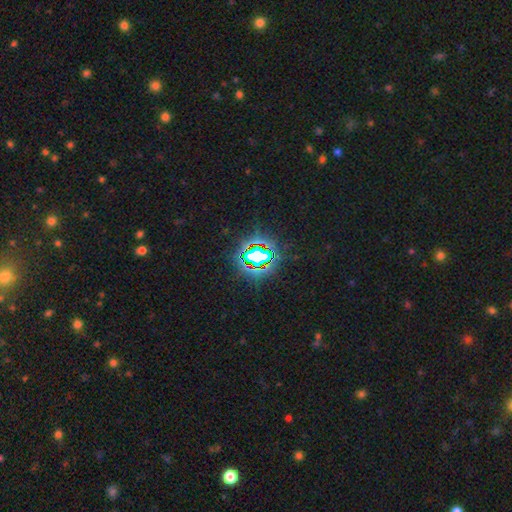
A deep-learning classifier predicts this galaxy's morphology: smooth_or_featured: star or artifact (p=0.83) [alt: smooth p=0.11]